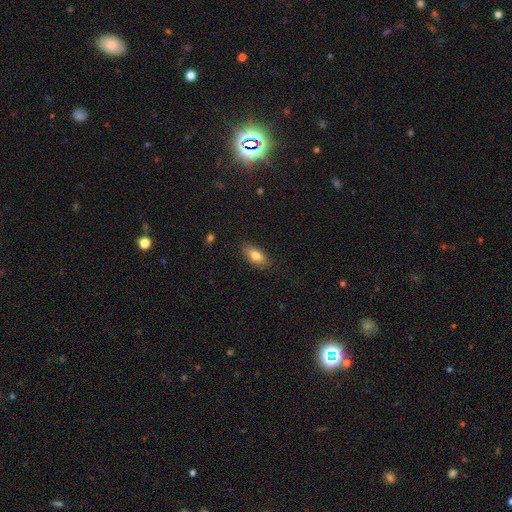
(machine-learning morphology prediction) Smooth or featured?
  - smooth: 80% *
  - featured or disk: 13%
  - star or artifact: 7%
How rounded?
  - in between: 87% *
  - cigar-shaped: 9%
  - round: 3%
Merging?
  - none: 84% *
  - minor disturbance: 12%
  - major disturbance: 3%
  - merger: 1%